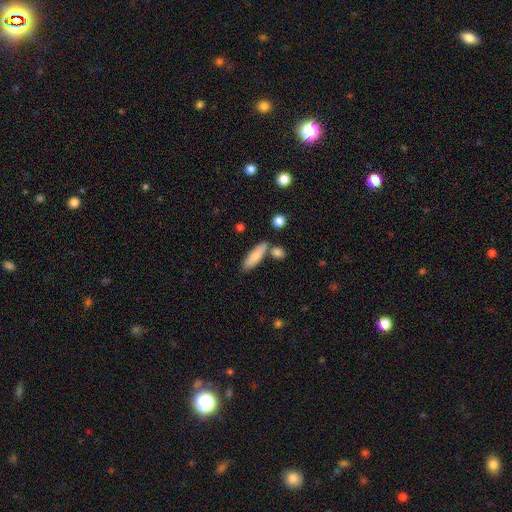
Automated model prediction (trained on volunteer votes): smooth_or_featured: smooth (p=0.77) [alt: featured or disk p=0.17]
how_rounded: cigar-shaped (p=0.50) [alt: in between p=0.48]
merging: none (p=0.71) [alt: minor disturbance p=0.14]